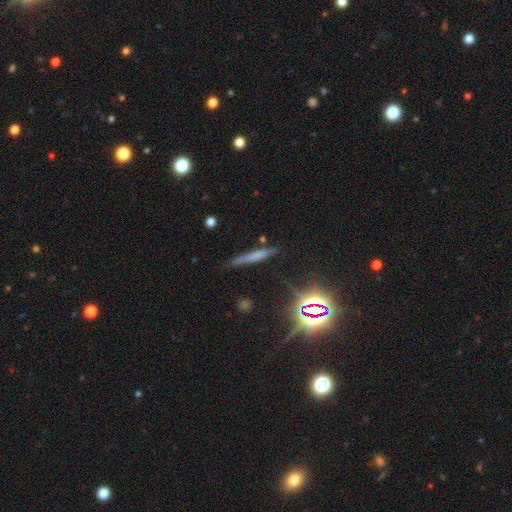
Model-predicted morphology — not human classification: The model was most divided on "smooth or featured": smooth: 51%, featured or disk: 32%, star or artifact: 18%. More confident: how rounded — cigar-shaped (91%); merging — none (78%).